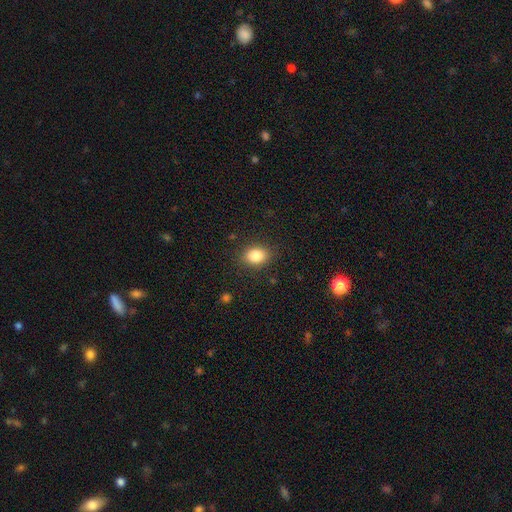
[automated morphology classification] Smooth or featured: smooth — 84% (star or artifact — 10%)
How rounded: in between — 59% (round — 40%)
Merging: none — 86% (minor disturbance — 10%)